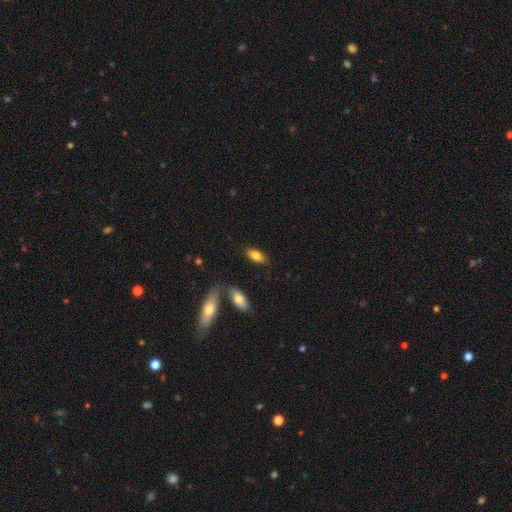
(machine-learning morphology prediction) Smooth or featured? smooth (82%)
How rounded? in between (84%)
Merging? none (80%)